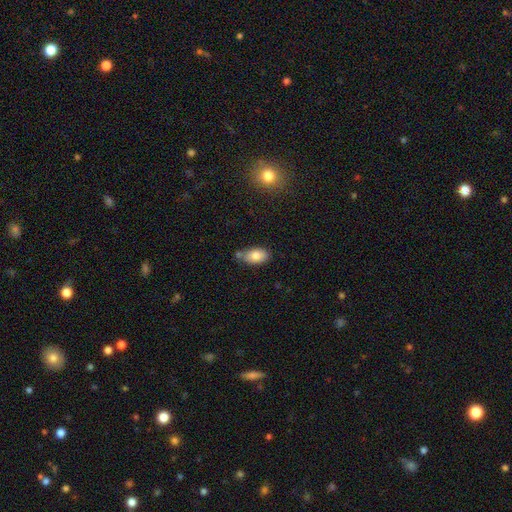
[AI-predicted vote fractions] Overall: smooth (80%). How rounded: in between (92%). Merging: none (65%).